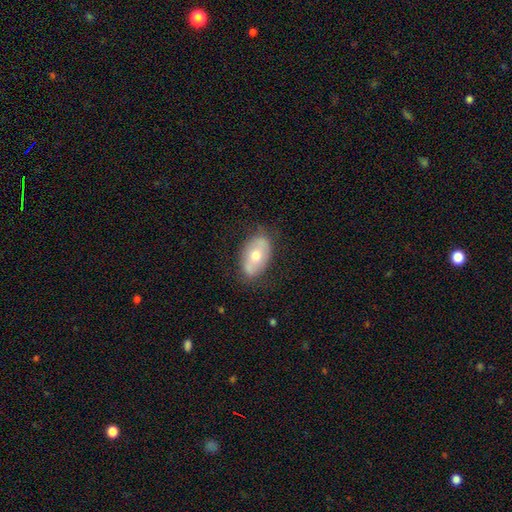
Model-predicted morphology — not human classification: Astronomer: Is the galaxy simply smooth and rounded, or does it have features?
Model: smooth — 51% (runner-up: featured or disk, 42%).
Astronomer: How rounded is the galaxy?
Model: in between — 90%.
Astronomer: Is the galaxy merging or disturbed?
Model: none — 77%.